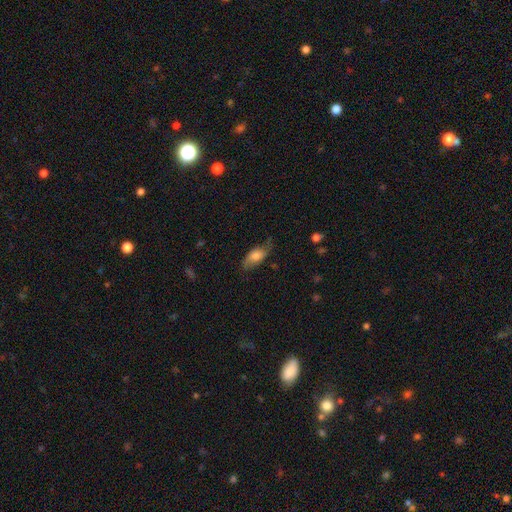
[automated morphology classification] Q: Smooth or featured?
A: smooth (67%); runner-up: featured or disk (25%)
Q: How rounded?
A: in between (86%); runner-up: cigar-shaped (10%)
Q: Merging?
A: none (59%); runner-up: minor disturbance (28%)